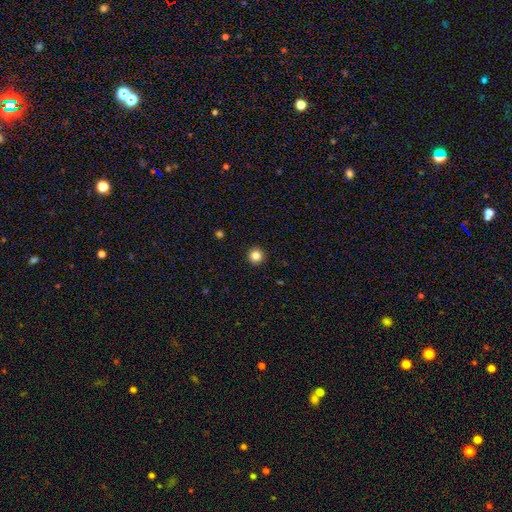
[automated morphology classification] The model was most divided on "smooth or featured": smooth: 84%, star or artifact: 11%, featured or disk: 5%. More confident: how rounded — round (95%); merging — none (93%).